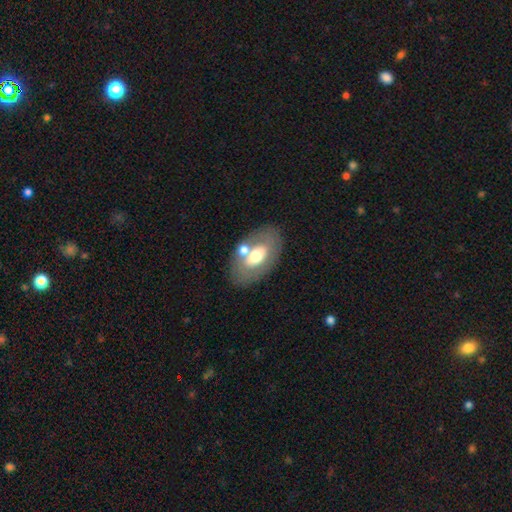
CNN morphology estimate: smooth-or-featured: smooth: 52% | featured or disk: 40% | star or artifact: 8%
  how-rounded: in between: 91% | round: 8% | cigar-shaped: 2%
  merging: none: 65% | merger: 16% | minor disturbance: 13% | major disturbance: 6%